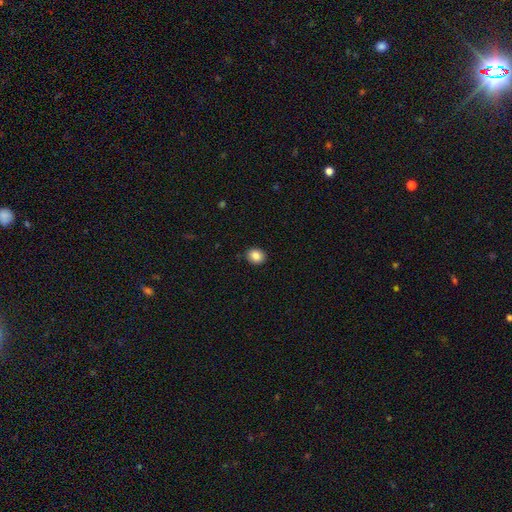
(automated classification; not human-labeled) Smooth or featured? Predicted: smooth (p=0.86). How rounded? Predicted: round (p=0.64). Merging? Predicted: none (p=0.89).